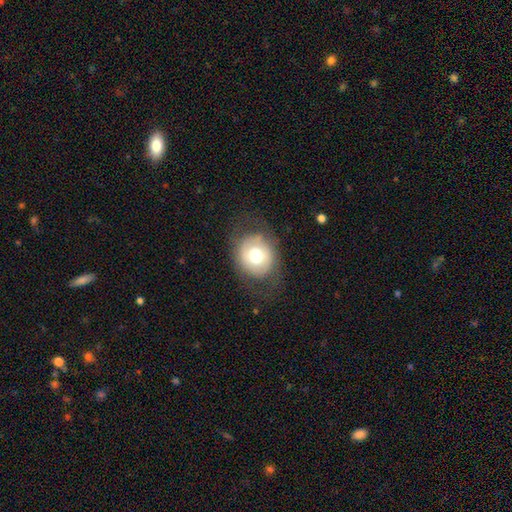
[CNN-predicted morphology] Smooth or featured? smooth (60%)
How rounded? round (69%)
Merging? none (73%)